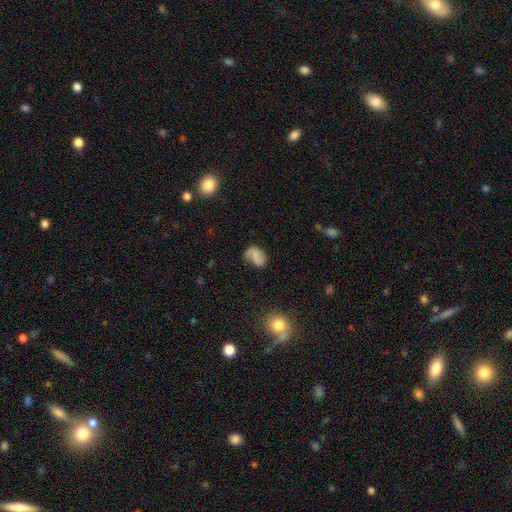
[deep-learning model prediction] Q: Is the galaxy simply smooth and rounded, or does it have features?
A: smooth — 56%.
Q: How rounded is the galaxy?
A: in between — 78%.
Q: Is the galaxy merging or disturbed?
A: none — 52%.